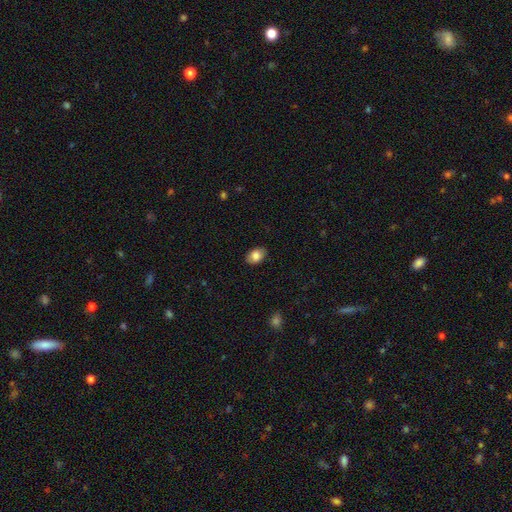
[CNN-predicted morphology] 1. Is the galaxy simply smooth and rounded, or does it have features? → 84% smooth, 8% featured or disk, 7% star or artifact.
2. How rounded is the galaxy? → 81% in between, 17% round, 1% cigar-shaped.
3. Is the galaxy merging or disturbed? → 87% none, 10% minor disturbance, 2% major disturbance, 1% merger.